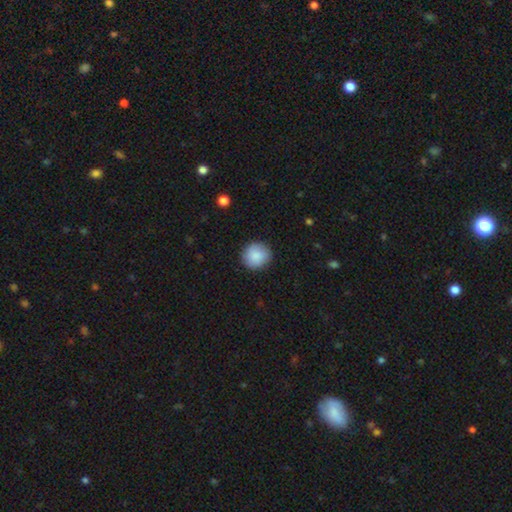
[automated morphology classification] Smooth or featured? Predicted: smooth (p=0.87). How rounded? Predicted: round (p=0.91). Merging? Predicted: none (p=0.89).